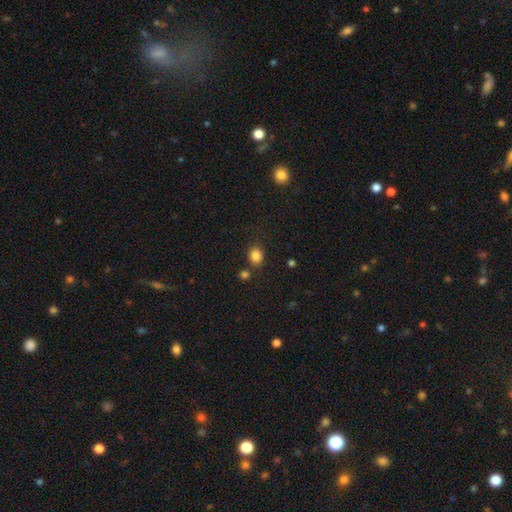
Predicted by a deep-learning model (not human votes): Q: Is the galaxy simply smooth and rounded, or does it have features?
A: smooth — 84%.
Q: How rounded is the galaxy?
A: round — 53%.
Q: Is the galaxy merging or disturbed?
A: none — 75%.